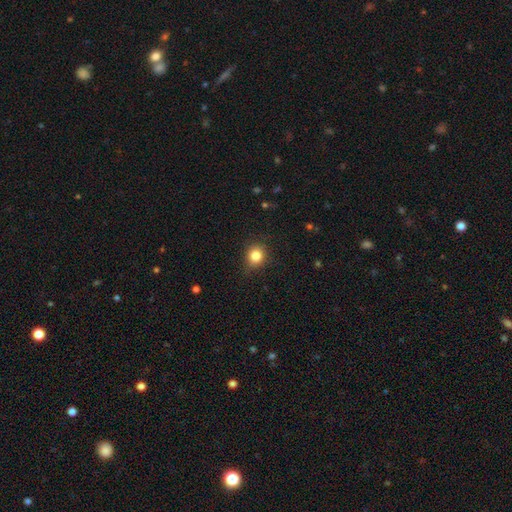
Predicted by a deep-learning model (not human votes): This appears to be a smooth galaxy with no disk features (83%) that is round (79%). Merging: none (84%).